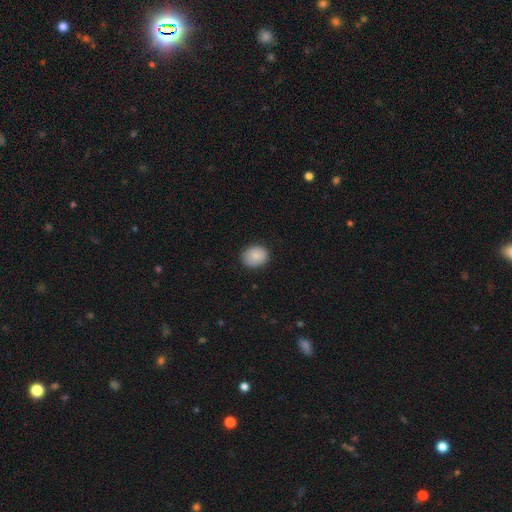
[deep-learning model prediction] Morphology: type=smooth (86%); roundness=round (59%); merging=none (86%).